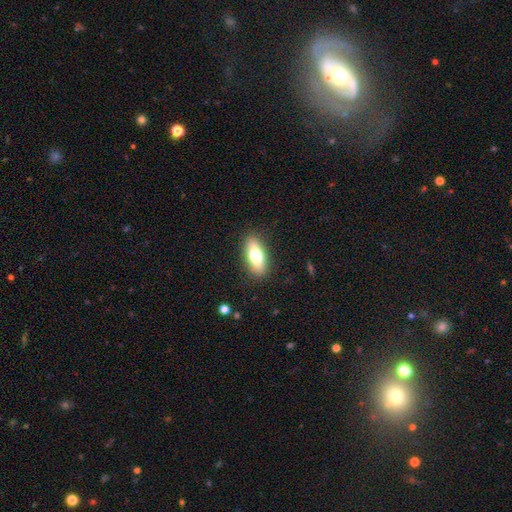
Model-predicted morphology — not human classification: A smooth galaxy with no disk features (65%) that is in between round and cigar-shaped (70%).

Vote fractions:
- Smooth or featured? smooth: 65% / featured or disk: 28% / star or artifact: 7%
- How rounded? in between: 70% / cigar-shaped: 26% / round: 4%
- Merging? none: 87% / minor disturbance: 9% / major disturbance: 3% / merger: 1%